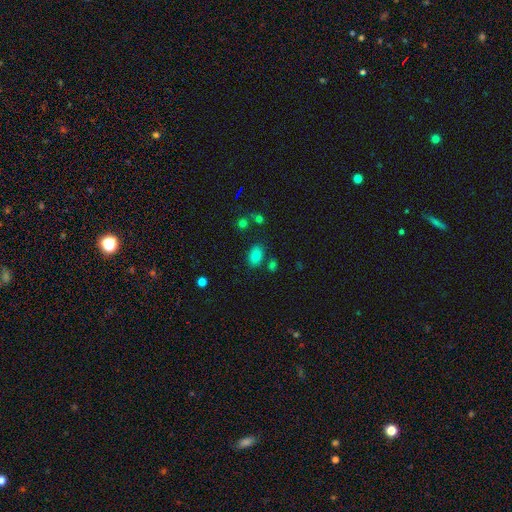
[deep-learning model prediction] Smooth or featured: smooth — 80% (star or artifact — 12%)
How rounded: in between — 82% (round — 16%)
Merging: none — 79% (minor disturbance — 11%)